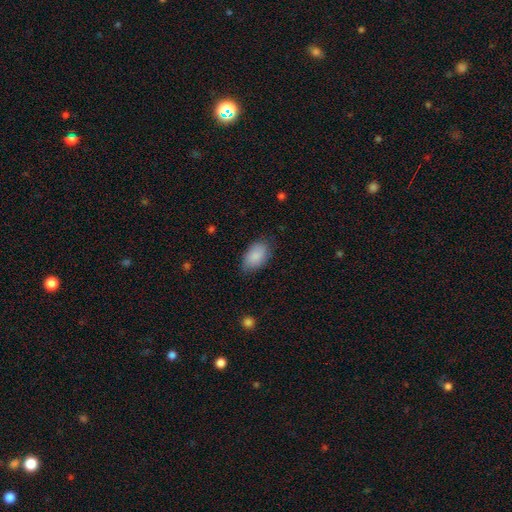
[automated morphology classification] smooth 87%, featured or disk 7%, star or artifact 6%. Down the decision tree: how rounded — in between (93%); merging — none (78%).